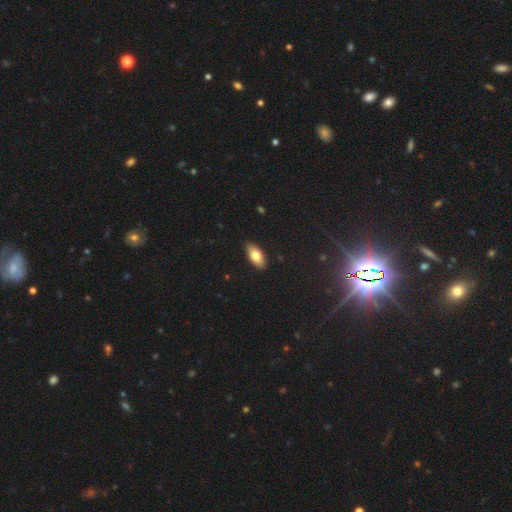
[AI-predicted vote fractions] A smooth galaxy with no disk features (76%) that is in between round and cigar-shaped (88%). Merging: none (88%).